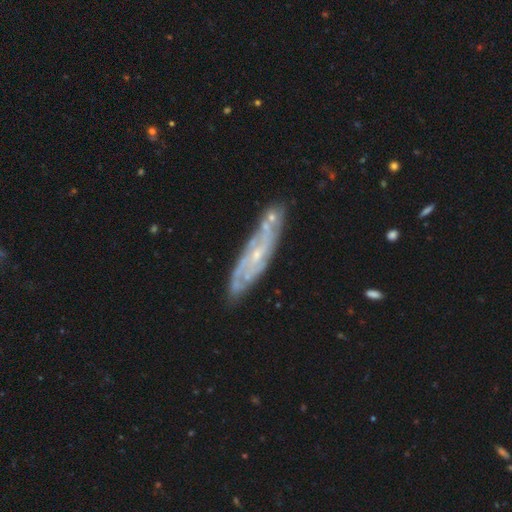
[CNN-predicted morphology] This is likely a featured or disk galaxy (79%). It is likely not viewed edge-on (69%). Bar: likely no (64%). Spiral arm pattern: clearly yes (88%). Central bulge: likely small (77%). Merging: likely none (70%).